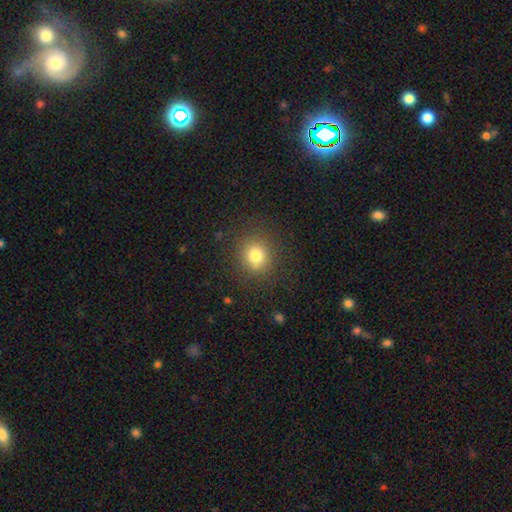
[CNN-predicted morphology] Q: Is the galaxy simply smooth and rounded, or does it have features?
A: smooth — 78%.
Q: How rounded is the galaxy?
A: round — 82%.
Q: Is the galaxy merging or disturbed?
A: none — 86%.